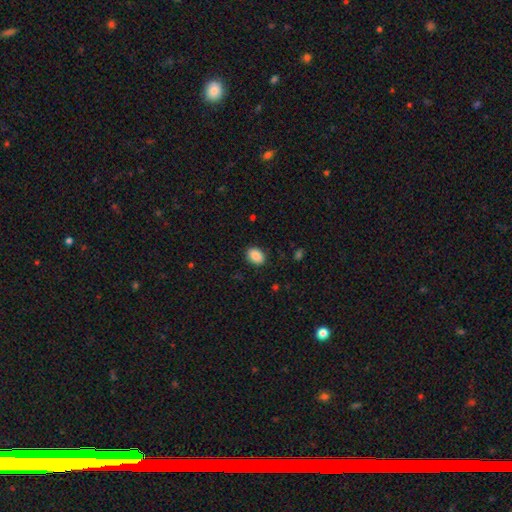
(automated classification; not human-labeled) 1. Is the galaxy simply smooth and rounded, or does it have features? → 89% smooth, 8% star or artifact, 3% featured or disk.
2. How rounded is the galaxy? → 75% in between, 25% round, 1% cigar-shaped.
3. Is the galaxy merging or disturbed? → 88% none, 8% minor disturbance, 2% major disturbance, 1% merger.